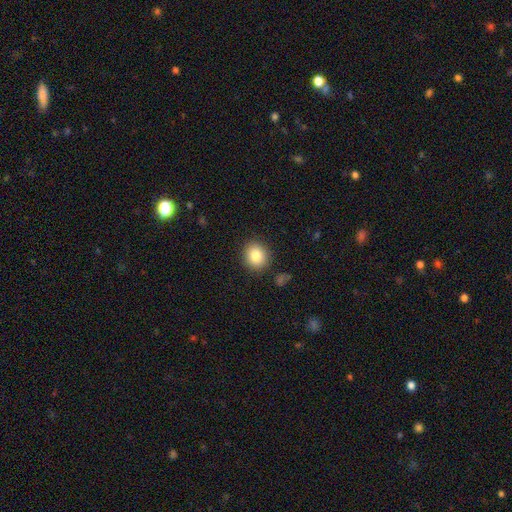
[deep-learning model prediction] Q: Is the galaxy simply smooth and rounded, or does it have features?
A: smooth — 82%.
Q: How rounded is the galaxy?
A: round — 81%.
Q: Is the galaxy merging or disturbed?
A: none — 88%.